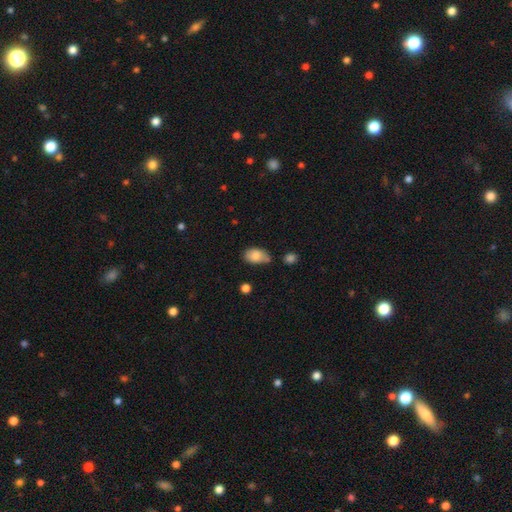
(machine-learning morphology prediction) Smooth or featured?
  - smooth: 82% *
  - featured or disk: 10%
  - star or artifact: 8%
How rounded?
  - in between: 89% *
  - round: 10%
  - cigar-shaped: 2%
Merging?
  - none: 49% *
  - minor disturbance: 35%
  - merger: 9%
  - major disturbance: 7%